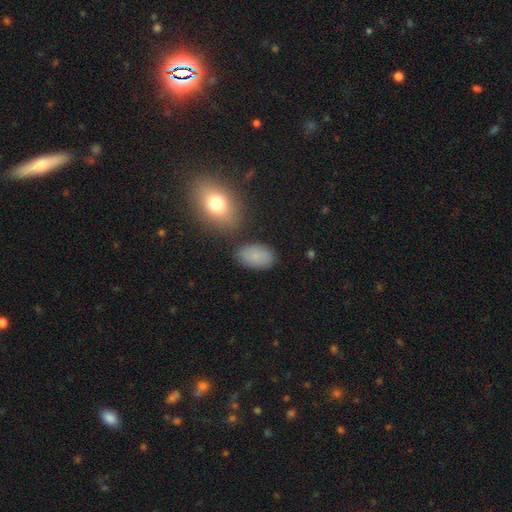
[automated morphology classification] type=smooth (82%); roundness=in between (92%); merging=none (76%).